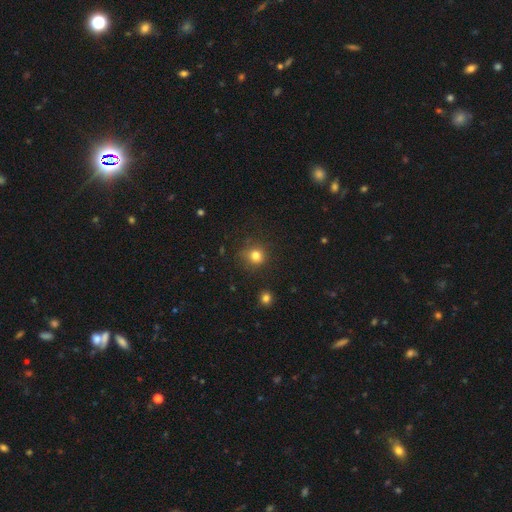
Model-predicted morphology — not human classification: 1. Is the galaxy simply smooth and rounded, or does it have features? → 80% smooth, 14% star or artifact, 6% featured or disk.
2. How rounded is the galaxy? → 84% round, 15% in between, 1% cigar-shaped.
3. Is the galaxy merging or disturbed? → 81% none, 13% minor disturbance, 4% major disturbance, 2% merger.